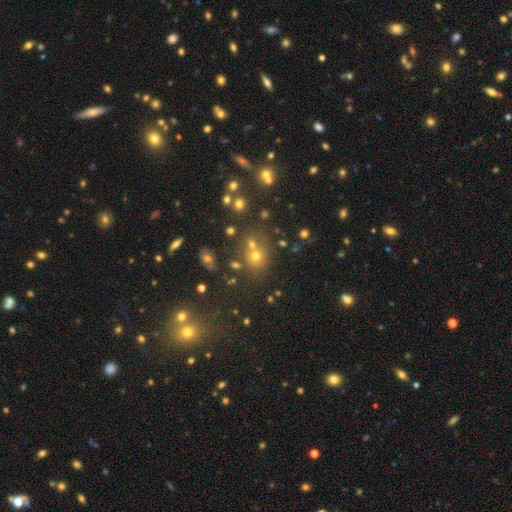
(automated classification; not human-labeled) Q: Smooth or featured?
A: smooth (54%); runner-up: star or artifact (34%)
Q: How rounded?
A: round (77%); runner-up: in between (22%)
Q: Merging?
A: none (62%); runner-up: merger (23%)